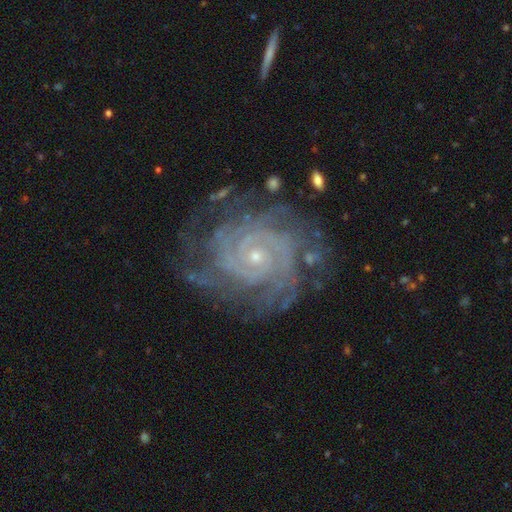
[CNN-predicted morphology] Smooth or featured? featured or disk (91%)
Edge-on disk? no (98%)
Bar? no (75%)
Spiral arms? yes (98%)
Spiral winding? tight (80%)
Spiral arm count? 2 (21%, tied with 4)
Bulge size? small (82%)
Merging? none (73%)